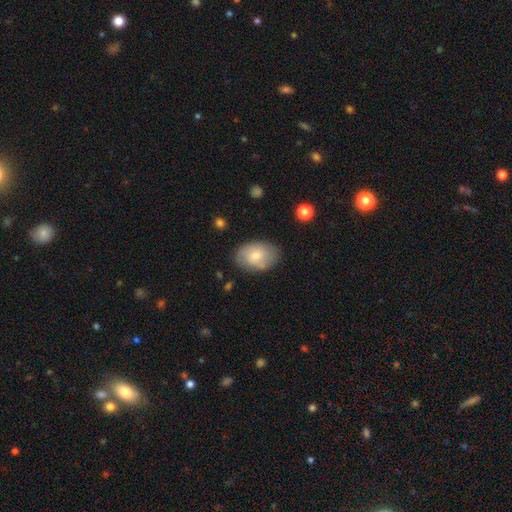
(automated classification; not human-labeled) This is likely a smooth galaxy (68%). How rounded: clearly in between (87%). Merging: likely none (77%).